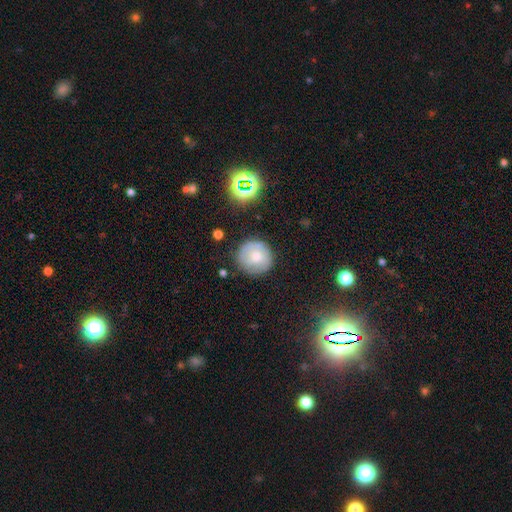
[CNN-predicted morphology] A smooth galaxy with no disk features (62%) that is round (92%). Merging: none (80%).